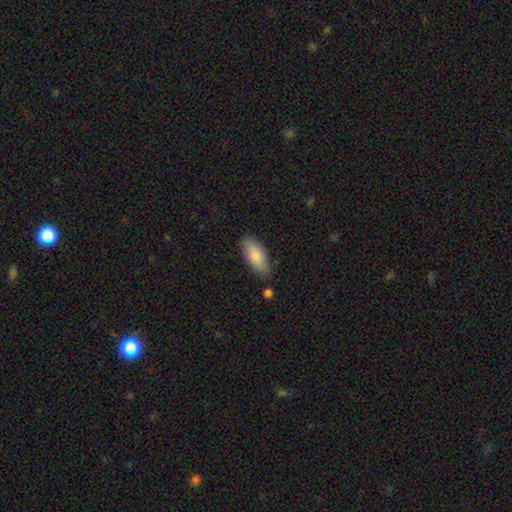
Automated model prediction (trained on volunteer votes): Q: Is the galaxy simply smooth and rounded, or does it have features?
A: smooth — 80%.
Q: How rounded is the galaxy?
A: in between — 82%.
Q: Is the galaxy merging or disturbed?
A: none — 80%.